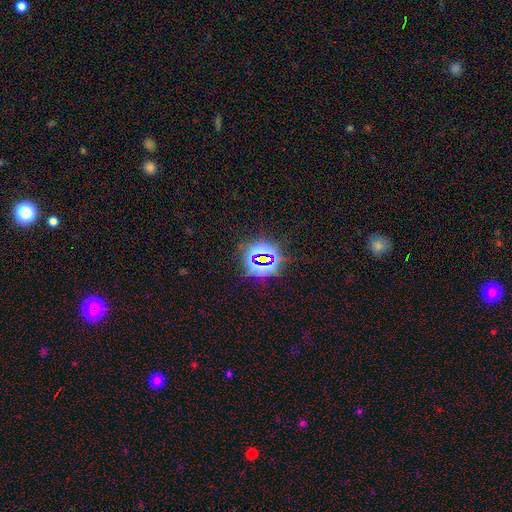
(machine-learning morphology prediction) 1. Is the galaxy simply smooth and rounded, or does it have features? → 76% star or artifact, 16% smooth, 9% featured or disk.